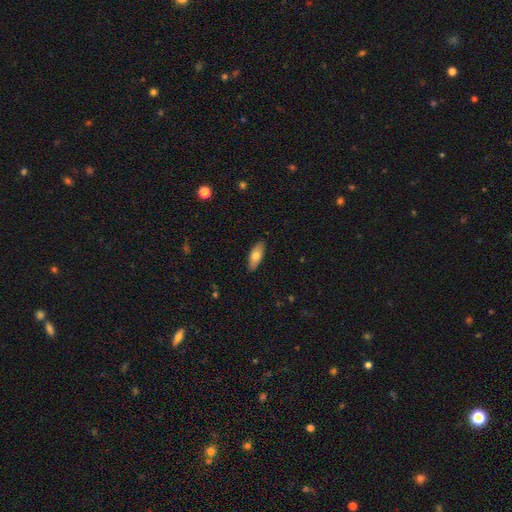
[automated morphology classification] The model was most divided on "smooth or featured": smooth: 71%, featured or disk: 22%, star or artifact: 6%. More confident: merging — none (89%); how rounded — in between (74%).